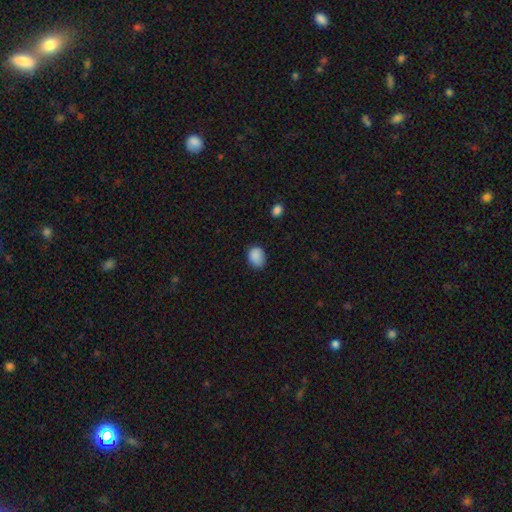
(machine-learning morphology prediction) A smooth galaxy with no disk features (88%) that is in between round and cigar-shaped (57%).

Vote fractions:
- Smooth or featured? smooth: 88% / star or artifact: 9% / featured or disk: 4%
- How rounded? in between: 57% / round: 42% / cigar-shaped: 1%
- Merging? none: 69% / minor disturbance: 26% / major disturbance: 4% / merger: 1%